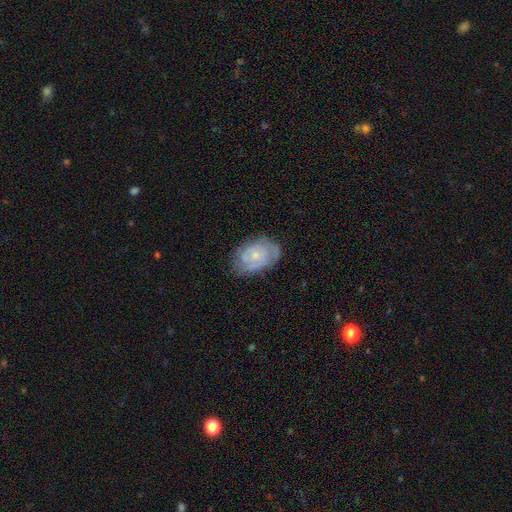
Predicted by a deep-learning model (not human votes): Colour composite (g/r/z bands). It shows a featured or disk galaxy (62%) with no bar (81%), spiral arms (79%) and a small central bulge (68%). Merging: none (69%).